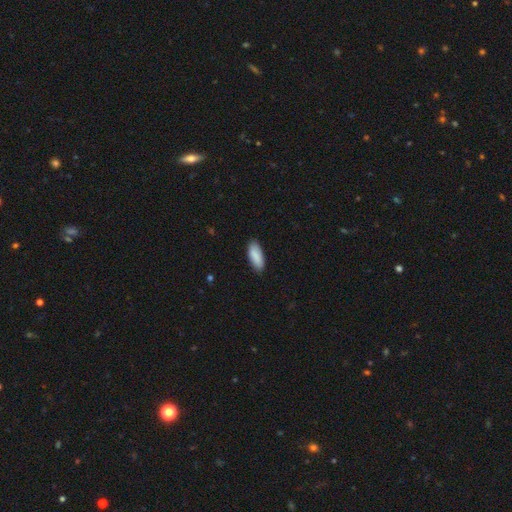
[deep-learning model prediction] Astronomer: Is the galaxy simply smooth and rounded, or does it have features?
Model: smooth — 90%.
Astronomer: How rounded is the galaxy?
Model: in between — 76%.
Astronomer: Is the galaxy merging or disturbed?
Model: none — 86%.